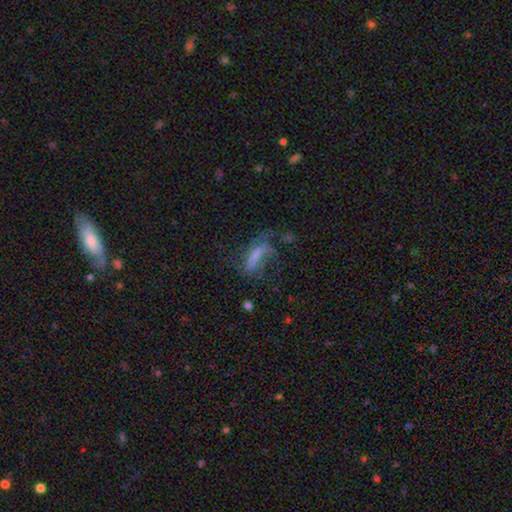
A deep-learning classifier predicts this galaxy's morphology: Smooth or featured? featured or disk (45%)
Merging? major disturbance (39%)